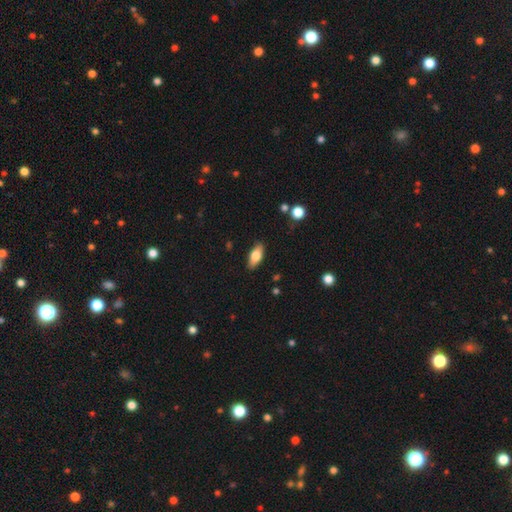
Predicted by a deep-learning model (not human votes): Overall: smooth (72%). How rounded: in between (84%). Merging: none (86%).